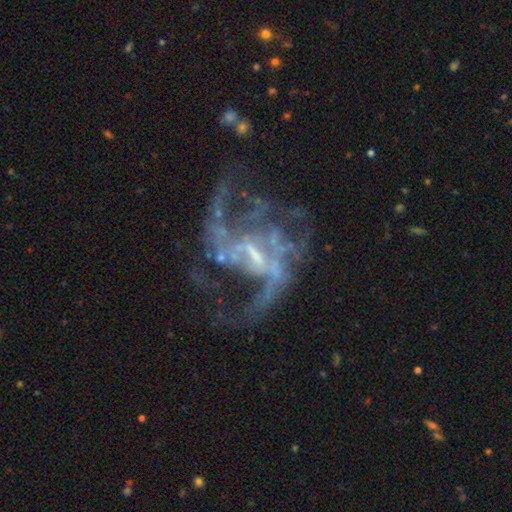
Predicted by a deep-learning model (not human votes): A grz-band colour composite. It shows a featured or disk galaxy (85%) with a weak bar (49%), 2 (42%) loose (52%) spiral arms (84%) and a small central bulge (49%). Merging: none (41%).